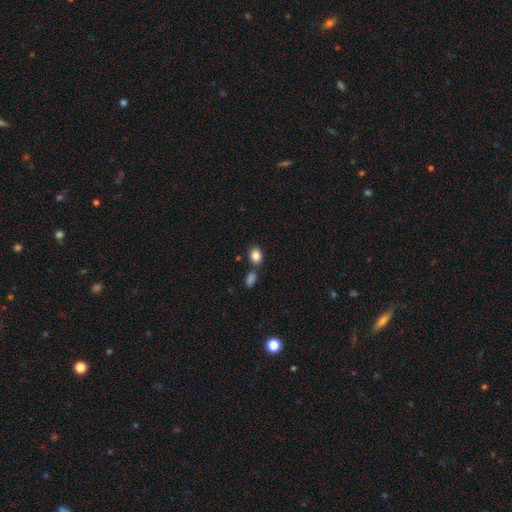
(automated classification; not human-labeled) smooth_or_featured: smooth (p=0.86) [alt: star or artifact p=0.09]
how_rounded: in between (p=0.63) [alt: round p=0.36]
merging: none (p=0.67) [alt: merger p=0.19]